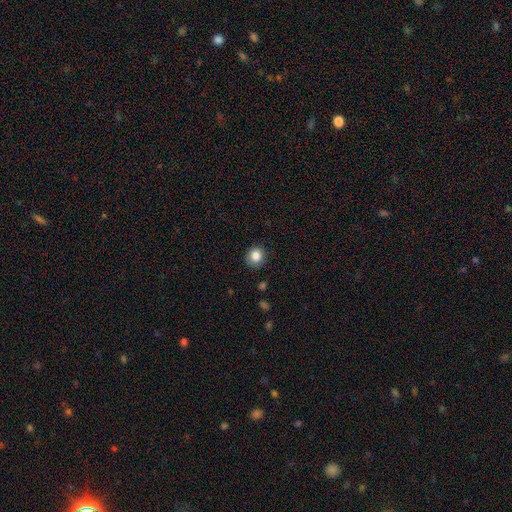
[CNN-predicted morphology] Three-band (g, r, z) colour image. It shows a smooth galaxy with no disk features (85%) that is round (83%). Merging: none (85%).